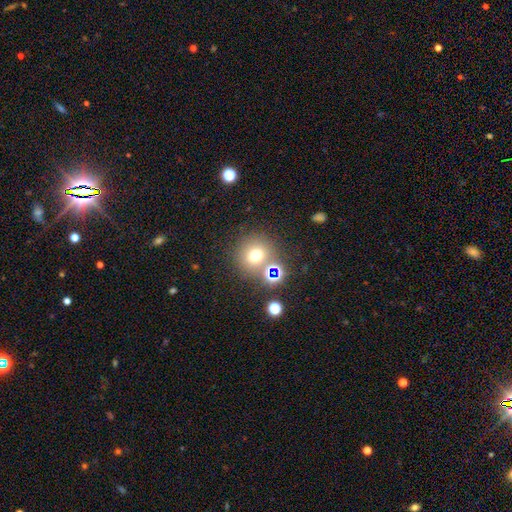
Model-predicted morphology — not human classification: Overall: smooth (68%). How rounded: round (89%). Merging: none (73%).